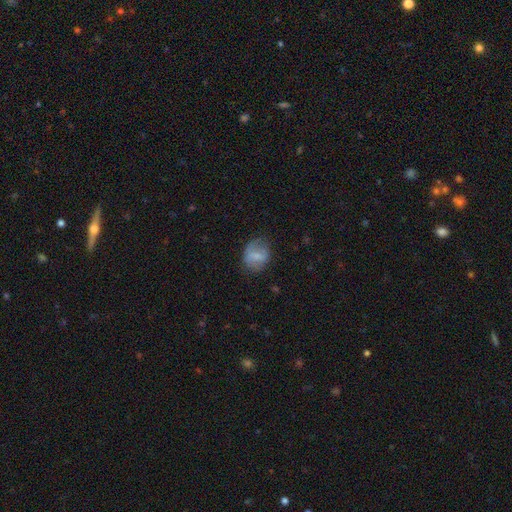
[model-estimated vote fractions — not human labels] Q: Smooth or featured?
A: smooth (61%); runner-up: featured or disk (31%)
Q: How rounded?
A: round (55%); runner-up: in between (43%)
Q: Merging?
A: none (58%); runner-up: minor disturbance (26%)